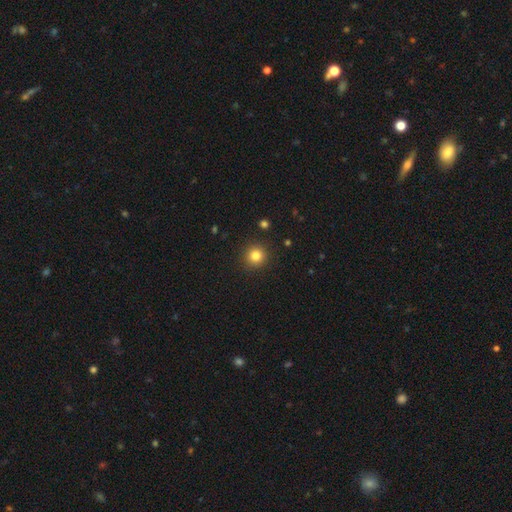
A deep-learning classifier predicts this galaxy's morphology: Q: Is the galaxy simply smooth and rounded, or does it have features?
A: smooth — 82%.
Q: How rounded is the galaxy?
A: round — 93%.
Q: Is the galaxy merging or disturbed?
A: none — 91%.